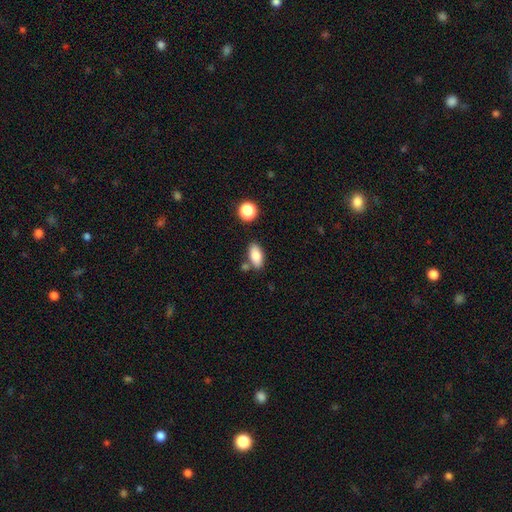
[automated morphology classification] Smooth or featured?
  - smooth: 84% *
  - featured or disk: 8%
  - star or artifact: 8%
How rounded?
  - in between: 89% *
  - cigar-shaped: 7%
  - round: 4%
Merging?
  - none: 74% *
  - minor disturbance: 13%
  - merger: 10%
  - major disturbance: 3%